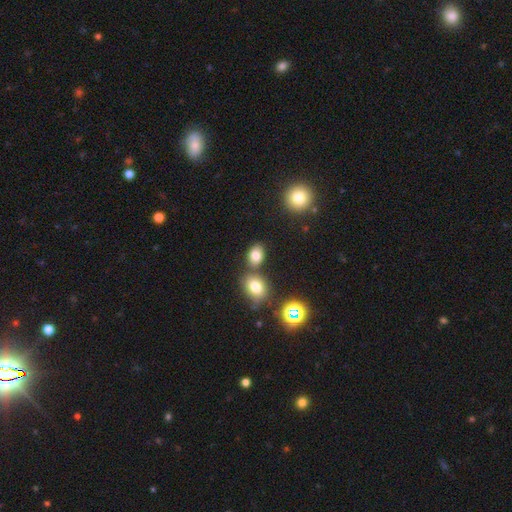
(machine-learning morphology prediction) The model was most divided on "how rounded": in between: 71%, round: 27%, cigar-shaped: 1%. More confident: smooth or featured — smooth (80%); merging — none (66%).